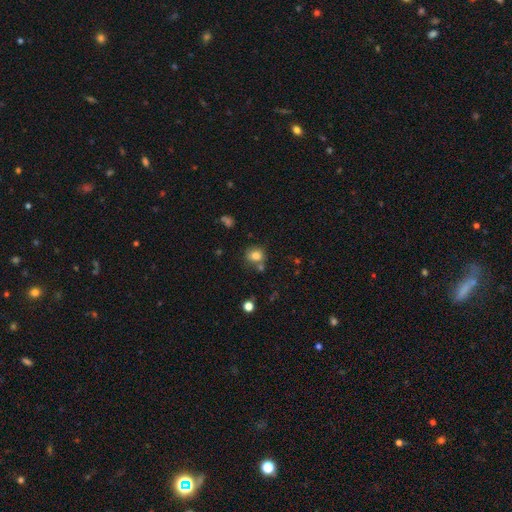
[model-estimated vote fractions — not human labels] smooth-or-featured: smooth: 81% | star or artifact: 11% | featured or disk: 8%
  how-rounded: round: 76% | in between: 23% | cigar-shaped: 1%
  merging: none: 65% | merger: 17% | minor disturbance: 14% | major disturbance: 5%